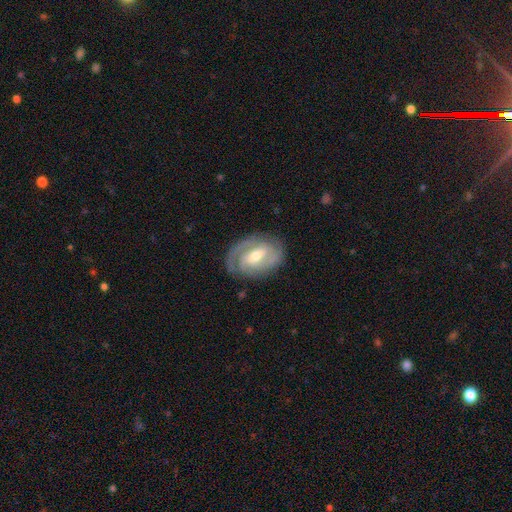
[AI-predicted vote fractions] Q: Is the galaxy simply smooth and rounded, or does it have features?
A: featured or disk — 85%.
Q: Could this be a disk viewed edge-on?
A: no — 96%.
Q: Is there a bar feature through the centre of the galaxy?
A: weak — 47%.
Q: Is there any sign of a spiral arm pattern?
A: yes — 94%.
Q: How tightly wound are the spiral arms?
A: tight — 58%.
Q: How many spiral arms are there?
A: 2 — 72%.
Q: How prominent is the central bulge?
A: moderate — 58%.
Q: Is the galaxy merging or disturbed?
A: none — 79%.